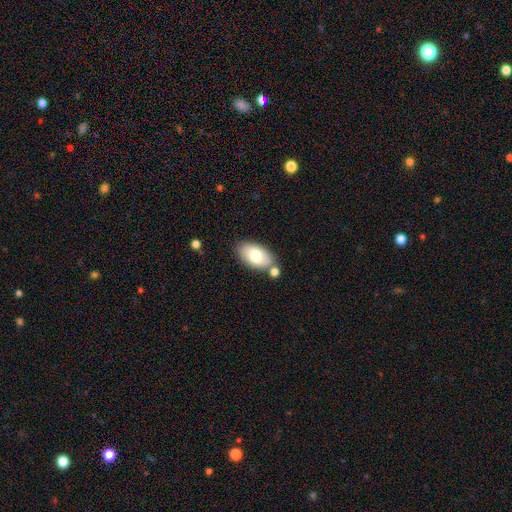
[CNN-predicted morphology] Smooth or featured? Predicted: smooth (p=0.73). How rounded? Predicted: in between (p=0.94). Merging? Predicted: none (p=0.71).